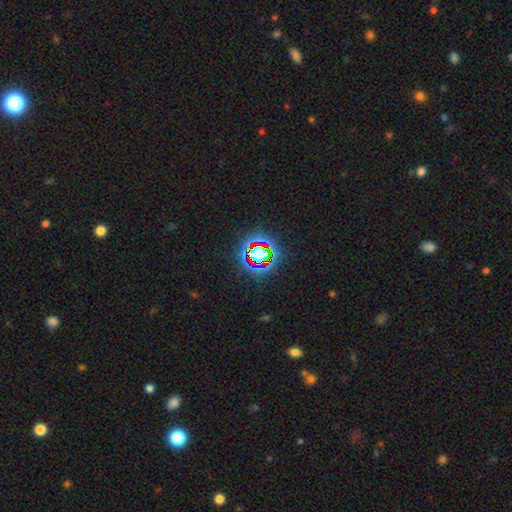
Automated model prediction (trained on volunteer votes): Overall: star or artifact (70%).